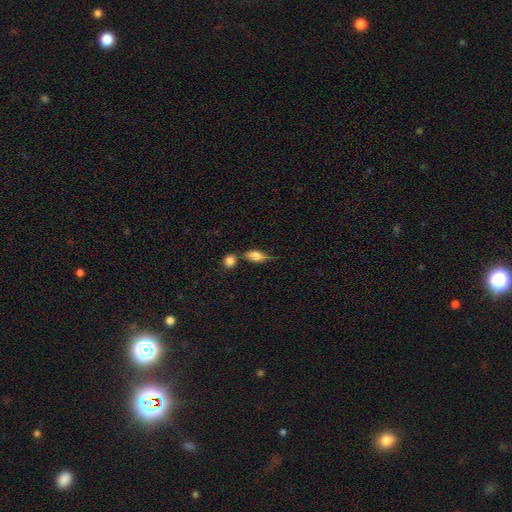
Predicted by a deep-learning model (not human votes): smooth-or-featured: smooth: 66% | featured or disk: 26% | star or artifact: 8%
  how-rounded: in between: 73% | cigar-shaped: 21% | round: 6%
  merging: none: 59% | minor disturbance: 18% | merger: 18% | major disturbance: 6%